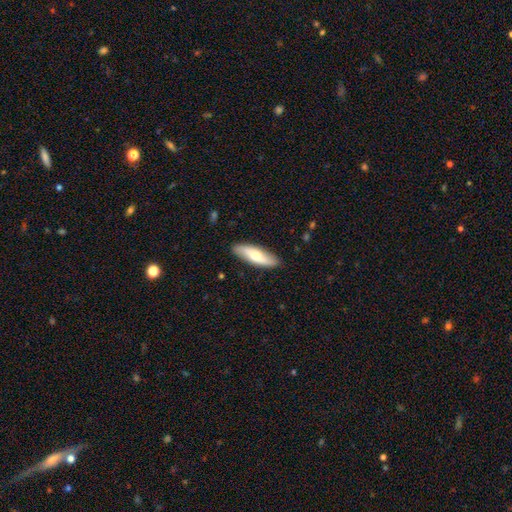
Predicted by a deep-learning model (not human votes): smooth-or-featured: smooth: 52% | featured or disk: 44% | star or artifact: 5%
  how-rounded: cigar-shaped: 50% | in between: 48% | round: 3%
  merging: none: 88% | minor disturbance: 9% | major disturbance: 2% | merger: 1%